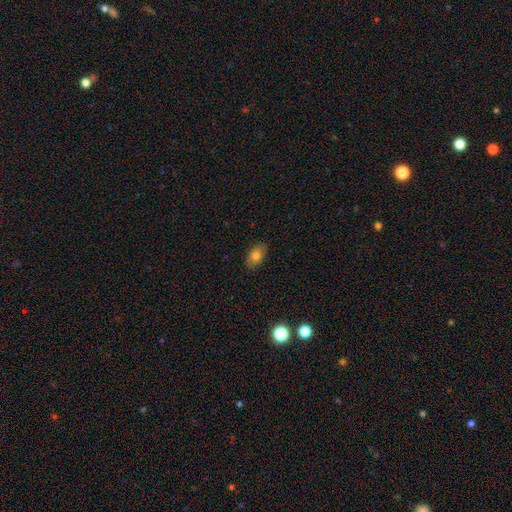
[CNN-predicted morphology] Q: Smooth or featured?
A: smooth (78%); runner-up: featured or disk (12%)
Q: How rounded?
A: in between (87%); runner-up: round (11%)
Q: Merging?
A: none (85%); runner-up: minor disturbance (11%)